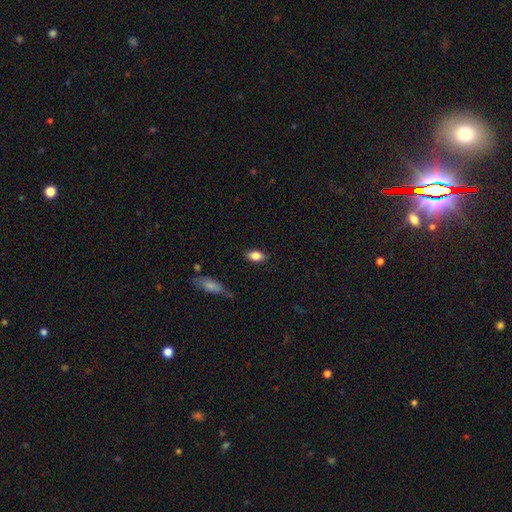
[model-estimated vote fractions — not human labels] Smooth or featured? smooth (83%)
How rounded? in between (88%)
Merging? none (84%)